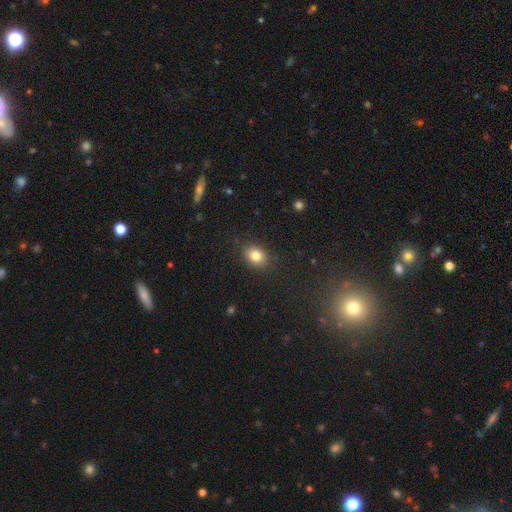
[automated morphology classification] This is clearly a smooth galaxy (82%). How rounded: possibly in between (58%). Merging: clearly none (86%).